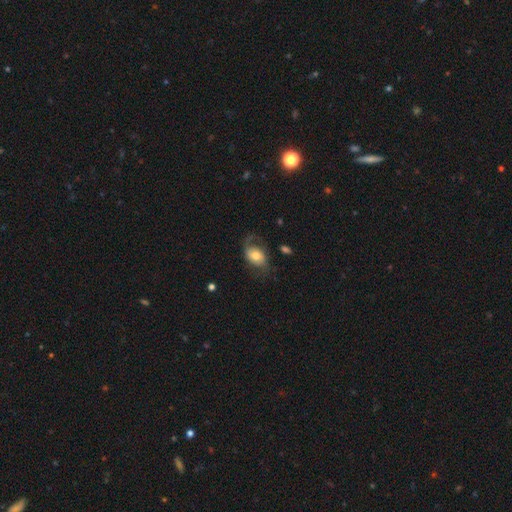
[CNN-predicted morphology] smooth_or_featured: featured or disk (p=0.50) [alt: smooth p=0.43]
merging: none (p=0.46) [alt: major disturbance p=0.28]